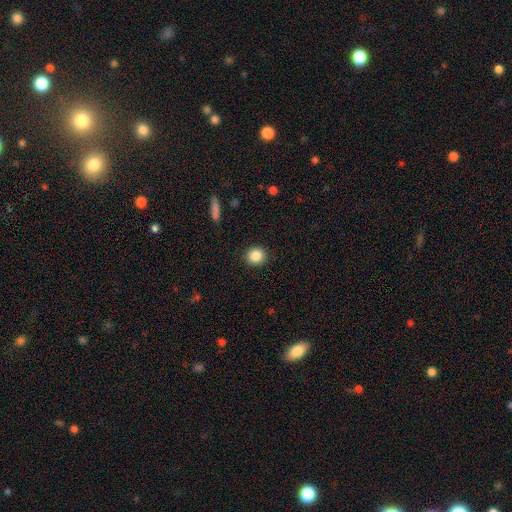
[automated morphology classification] smooth 86%, star or artifact 9%, featured or disk 5%. Down the decision tree: how rounded — round (86%); merging — none (90%).